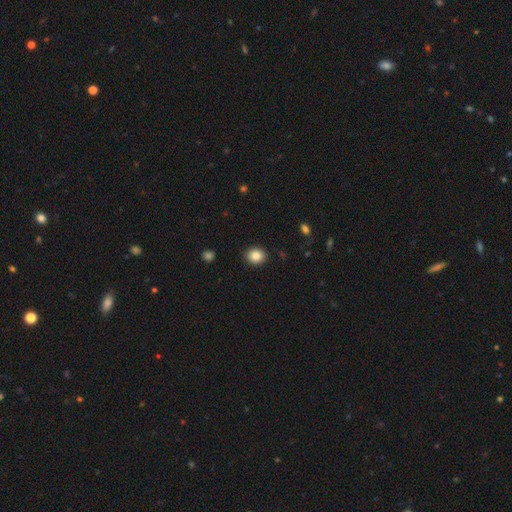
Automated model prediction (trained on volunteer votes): Morphology: type=smooth (85%); roundness=round (70%); merging=none (90%).